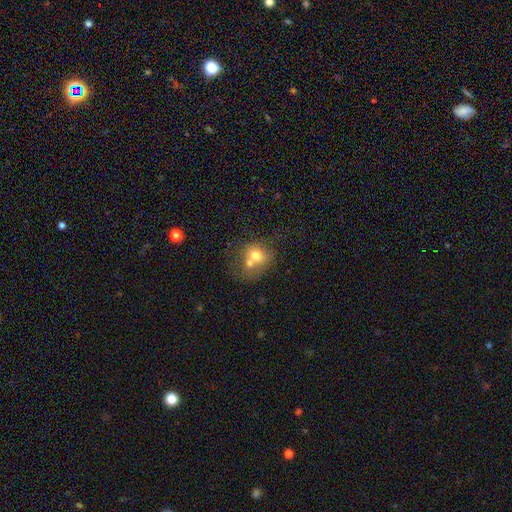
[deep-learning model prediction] Smooth or featured: smooth — 67% (featured or disk — 22%)
How rounded: round — 62% (in between — 37%)
Merging: merger — 55% (none — 27%)